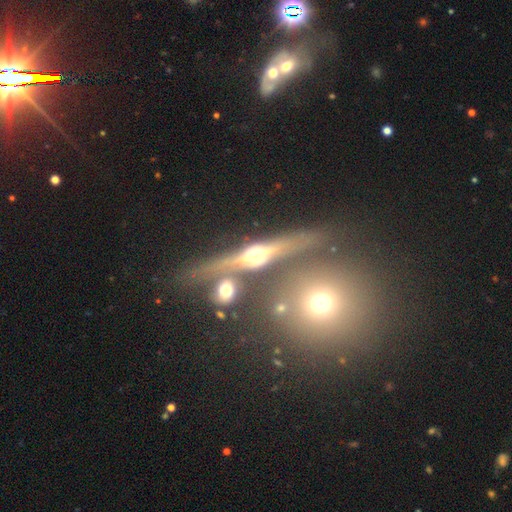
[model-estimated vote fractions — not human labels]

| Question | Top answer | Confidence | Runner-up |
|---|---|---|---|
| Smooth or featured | featured or disk | 77% | smooth (13%) |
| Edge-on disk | yes | 90% | no (10%) |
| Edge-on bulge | rounded | 93% | boxy (4%) |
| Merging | none | 66% | merger (14%) |